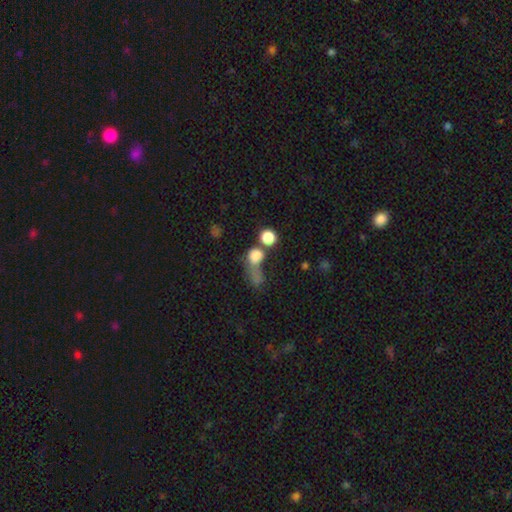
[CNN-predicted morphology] A smooth galaxy with no disk features (73%) that is round (69%).

Vote fractions:
- Smooth or featured? smooth: 73% / star or artifact: 15% / featured or disk: 11%
- How rounded? round: 69% / in between: 28% / cigar-shaped: 3%
- Merging? merger: 37% / none: 30% / major disturbance: 21% / minor disturbance: 12%